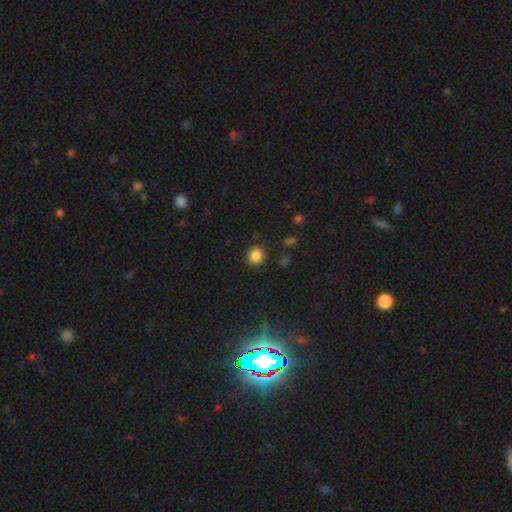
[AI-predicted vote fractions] Q: Smooth or featured?
A: smooth (86%); runner-up: star or artifact (11%)
Q: How rounded?
A: round (83%); runner-up: in between (16%)
Q: Merging?
A: none (88%); runner-up: minor disturbance (8%)